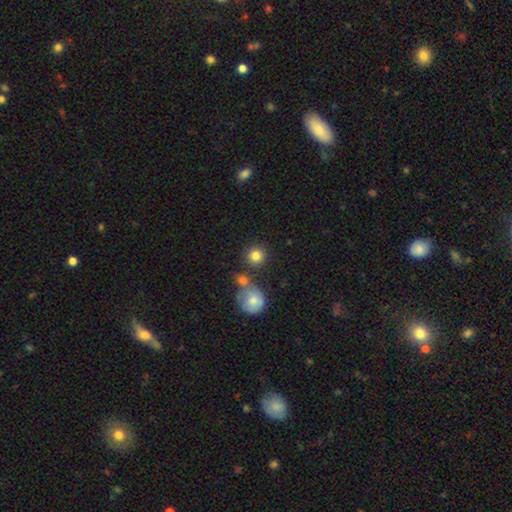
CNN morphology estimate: type=smooth (83%); roundness=round (91%); merging=none (74%).